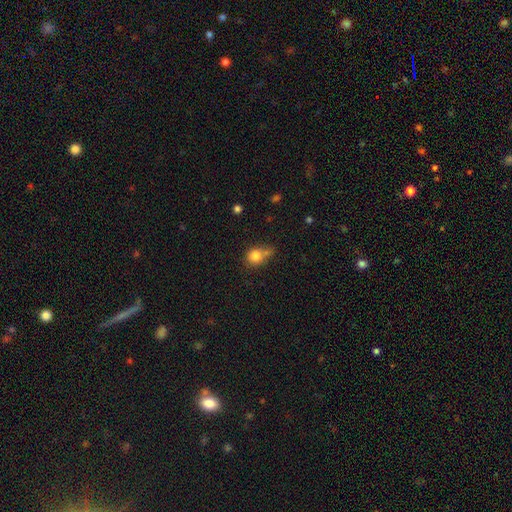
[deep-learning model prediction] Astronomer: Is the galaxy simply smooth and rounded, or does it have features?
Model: smooth — 81%.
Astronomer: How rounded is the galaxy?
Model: round — 74%.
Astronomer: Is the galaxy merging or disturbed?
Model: none — 44% (runner-up: merger, 29%).